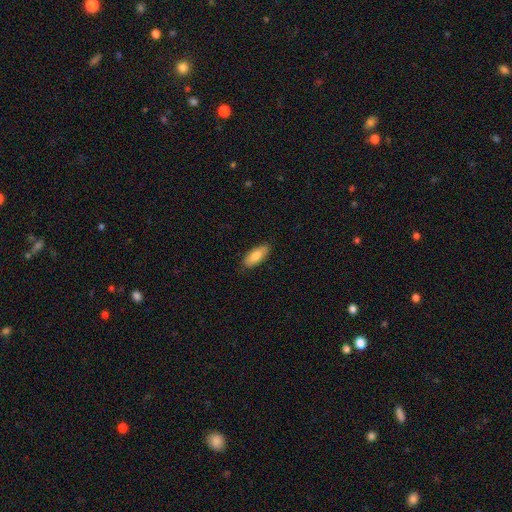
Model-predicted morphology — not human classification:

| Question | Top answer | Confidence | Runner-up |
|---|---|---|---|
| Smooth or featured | smooth | 81% | featured or disk (13%) |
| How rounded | in between | 81% | cigar-shaped (17%) |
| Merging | none | 84% | minor disturbance (13%) |